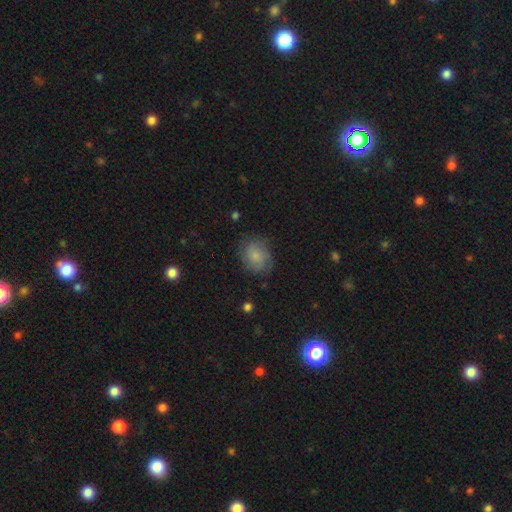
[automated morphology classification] Smooth or featured?
  - smooth: 70% *
  - featured or disk: 21%
  - star or artifact: 9%
How rounded?
  - round: 61% *
  - in between: 38%
  - cigar-shaped: 1%
Merging?
  - none: 73% *
  - minor disturbance: 19%
  - major disturbance: 6%
  - merger: 1%